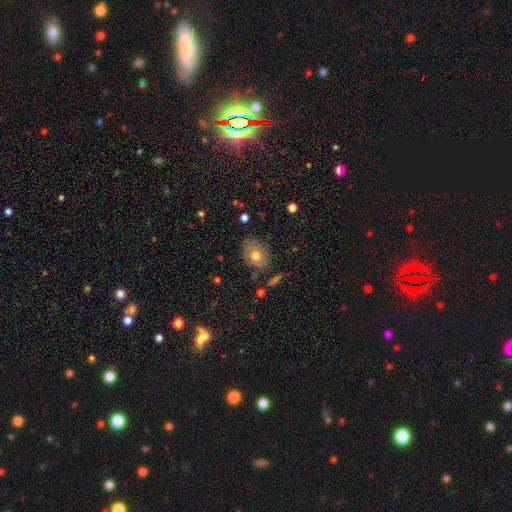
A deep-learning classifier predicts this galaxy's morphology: A smooth galaxy with no disk features (68%) that is in between round and cigar-shaped (62%). Merging: none (71%).